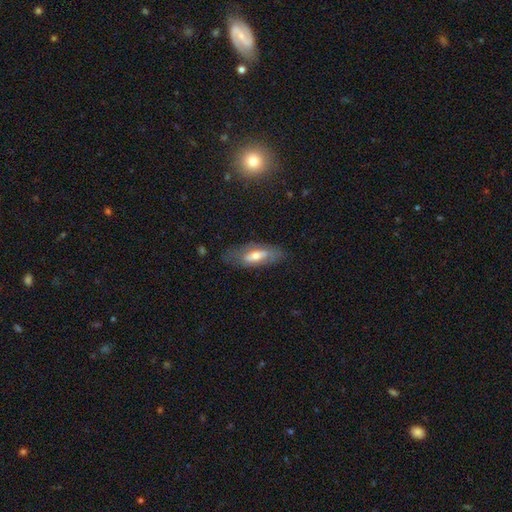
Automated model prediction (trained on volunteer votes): This is possibly a featured or disk galaxy (47%). Merging: likely none (69%).